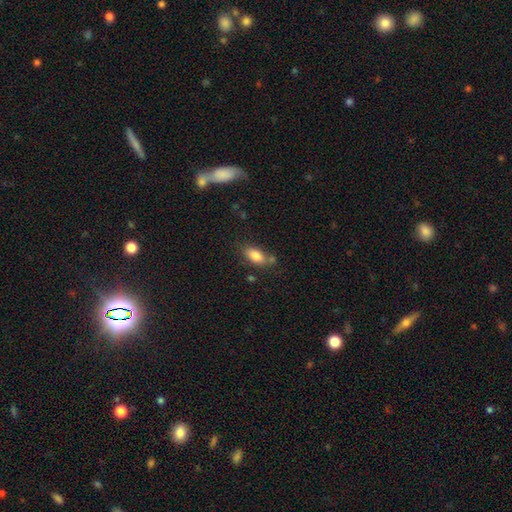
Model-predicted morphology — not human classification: Smooth or featured? smooth (82%)
How rounded? in between (87%)
Merging? none (65%)